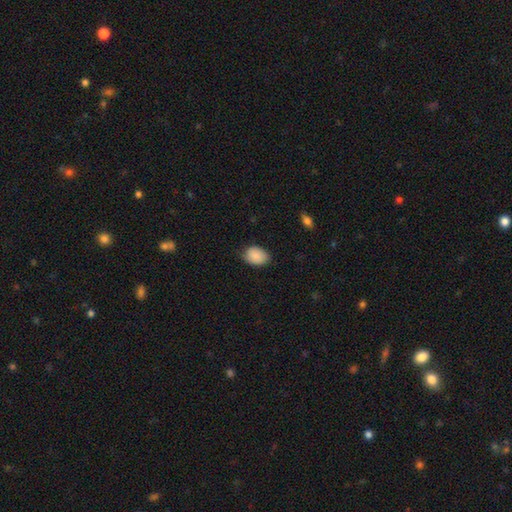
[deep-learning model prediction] Smooth or featured?
  - smooth: 89% *
  - star or artifact: 7%
  - featured or disk: 5%
How rounded?
  - in between: 79% *
  - round: 20%
  - cigar-shaped: 1%
Merging?
  - none: 76% *
  - minor disturbance: 20%
  - major disturbance: 3%
  - merger: 1%